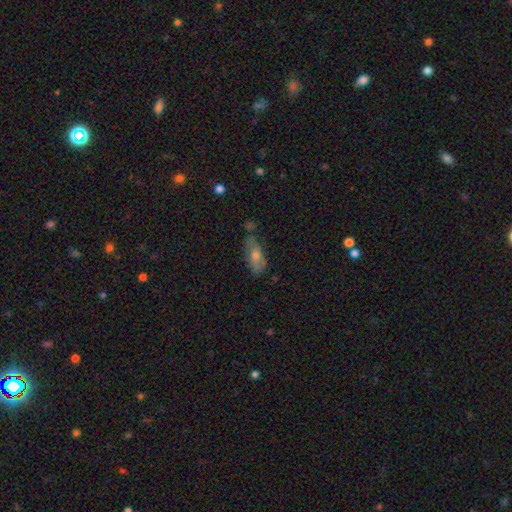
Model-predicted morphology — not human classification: A smooth galaxy with no disk features (51%) that is in between round and cigar-shaped (67%). Merging: none (67%).